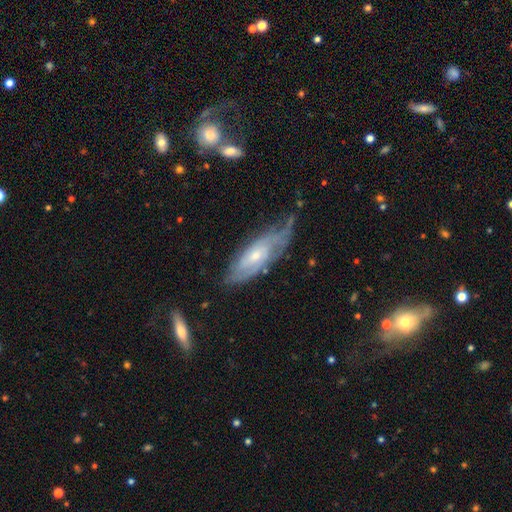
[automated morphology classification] This is likely a featured or disk galaxy (71%). It is clearly not viewed edge-on (82%). Bar: likely no (66%). Spiral arm pattern: clearly yes (86%). Spiral arm count: possibly can't tell (54%). Spiral winding: possibly tight (57%). Central bulge: likely small (62%). Merging: possibly none (50%).